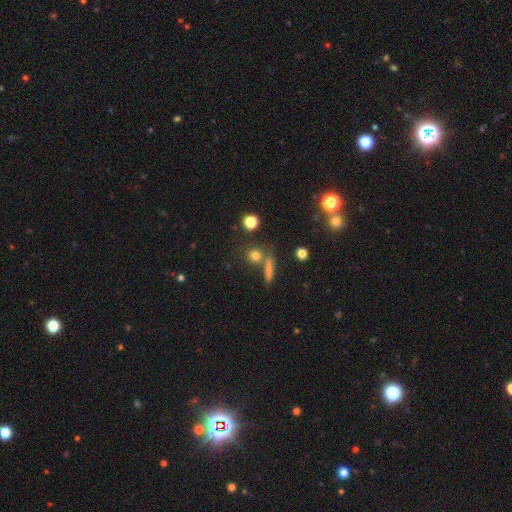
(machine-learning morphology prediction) smooth-or-featured: smooth: 75% | star or artifact: 15% | featured or disk: 10%
  how-rounded: round: 82% | in between: 12% | cigar-shaped: 6%
  merging: none: 68% | merger: 18% | minor disturbance: 10% | major disturbance: 4%